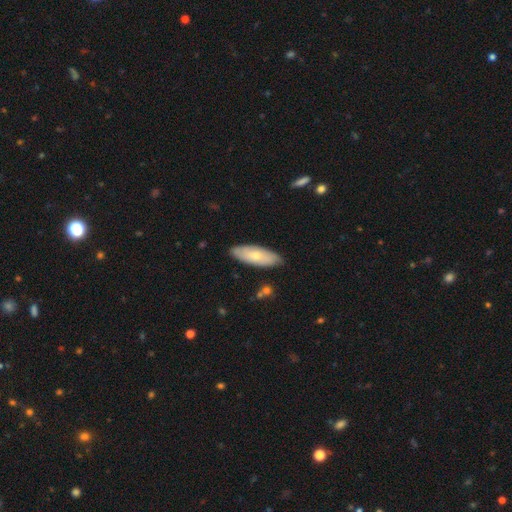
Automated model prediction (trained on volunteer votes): Q: Smooth or featured?
A: smooth (60%); runner-up: featured or disk (35%)
Q: How rounded?
A: in between (69%); runner-up: cigar-shaped (29%)
Q: Merging?
A: none (84%); runner-up: minor disturbance (12%)